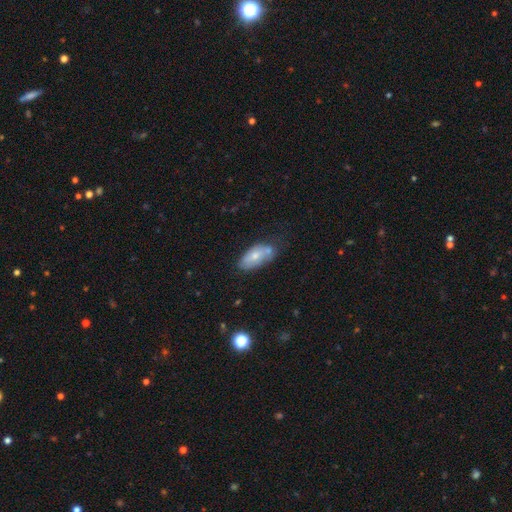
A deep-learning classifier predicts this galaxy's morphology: Smooth or featured?
  - smooth: 62% *
  - featured or disk: 30%
  - star or artifact: 7%
How rounded?
  - in between: 89% *
  - cigar-shaped: 7%
  - round: 3%
Merging?
  - none: 47% *
  - minor disturbance: 27%
  - merger: 18%
  - major disturbance: 8%